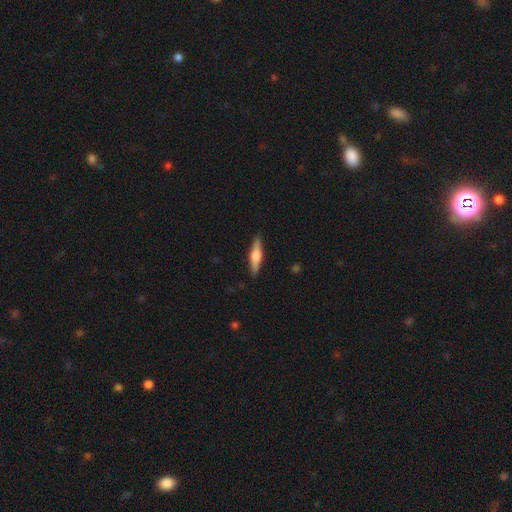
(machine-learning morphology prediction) This appears to be a smooth galaxy with no disk features (51%) that is cigar-shaped (72%). Merging: none (88%).